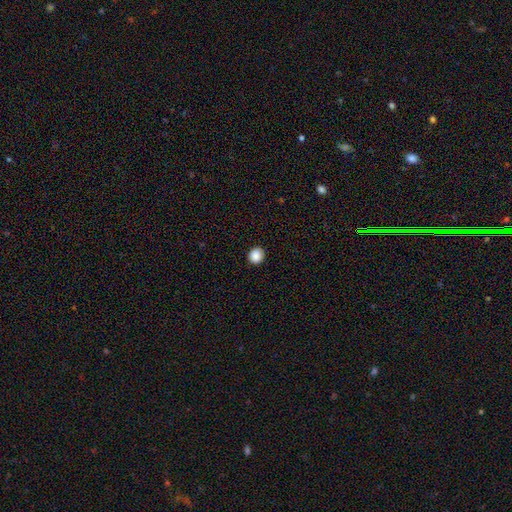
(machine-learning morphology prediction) Q: Smooth or featured?
A: smooth (88%); runner-up: star or artifact (9%)
Q: How rounded?
A: round (86%); runner-up: in between (13%)
Q: Merging?
A: none (92%); runner-up: minor disturbance (6%)